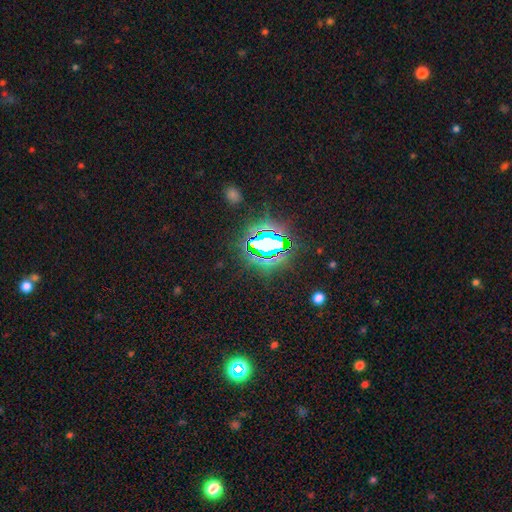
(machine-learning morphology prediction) Q: Smooth or featured?
A: star or artifact (84%); runner-up: smooth (10%)